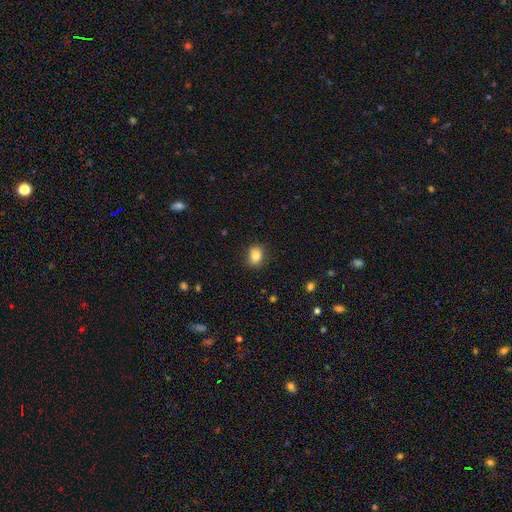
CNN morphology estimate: smooth-or-featured: smooth: 83% | star or artifact: 10% | featured or disk: 7%
  how-rounded: in between: 52% | round: 46% | cigar-shaped: 1%
  merging: none: 88% | minor disturbance: 9% | major disturbance: 2% | merger: 1%